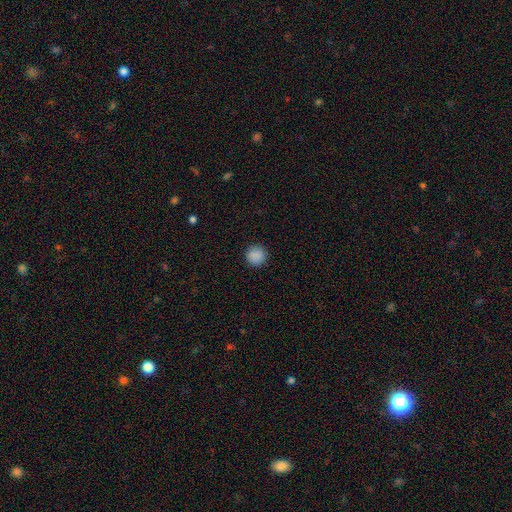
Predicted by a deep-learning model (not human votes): Smooth or featured: smooth — 89% (star or artifact — 9%)
How rounded: round — 95% (in between — 4%)
Merging: none — 92% (minor disturbance — 5%)